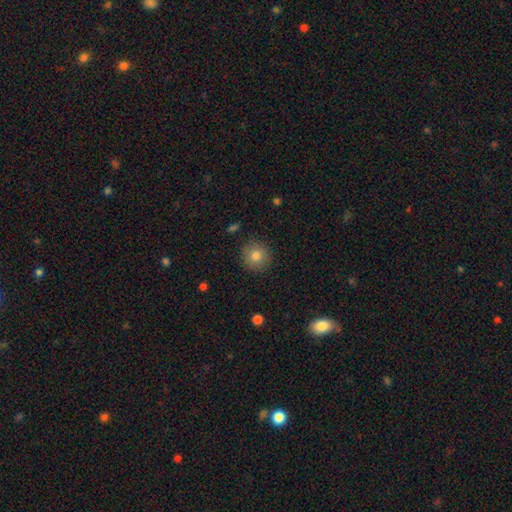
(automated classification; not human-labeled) Smooth or featured?
  - smooth: 81% *
  - star or artifact: 10%
  - featured or disk: 9%
How rounded?
  - round: 94% *
  - in between: 5%
  - cigar-shaped: 1%
Merging?
  - none: 90% *
  - minor disturbance: 7%
  - major disturbance: 2%
  - merger: 1%